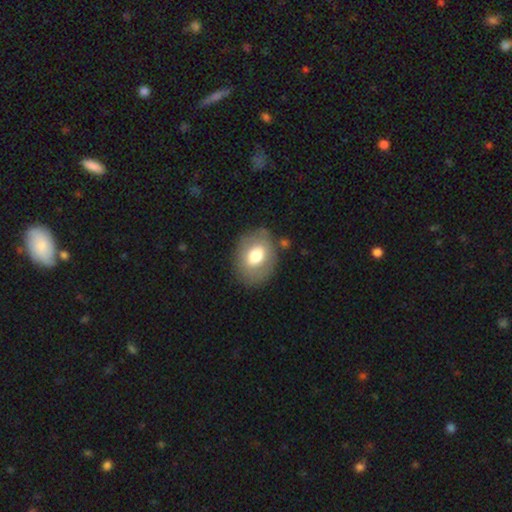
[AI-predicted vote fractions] The model was most divided on "how rounded": in between: 65%, round: 34%, cigar-shaped: 1%. More confident: merging — none (78%); smooth or featured — smooth (67%).